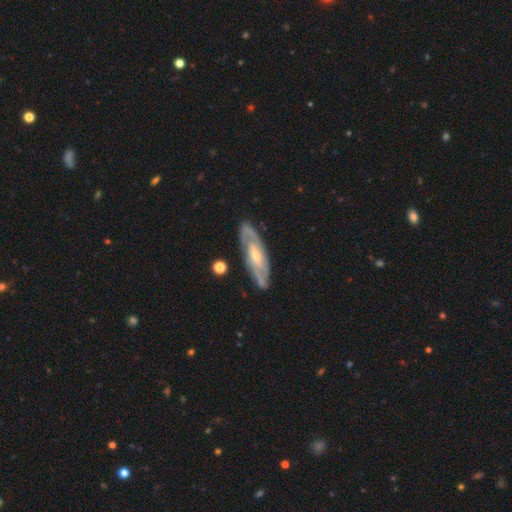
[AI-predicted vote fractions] A featured or disk galaxy (82%) with no bar (43%), 2 (60%) tight (55%) spiral arms (89%) and a small central bulge (51%).

Vote fractions:
- Smooth or featured? featured or disk: 82% / smooth: 14% / star or artifact: 5%
- Edge-on disk? no: 82% / yes: 18%
- Bar? no: 43% / weak: 41% / strong: 17%
- Spiral arms? yes: 89% / no: 11%
- Spiral winding? tight: 55% / medium: 36% / loose: 10%
- Spiral arm count? 2: 60% / can't tell: 26% / 3: 7% / 1: 3% / 4: 2% / more than 4: 2%
- Bulge size? small: 51% / moderate: 45% / large: 2% / none: 2% / dominant: 1%
- Merging? none: 82% / minor disturbance: 13% / major disturbance: 3% / merger: 2%